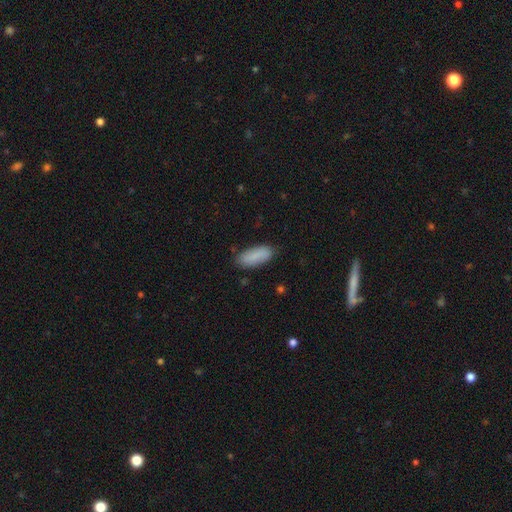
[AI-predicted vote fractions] Smooth or featured? smooth (85%)
How rounded? in between (76%)
Merging? none (83%)